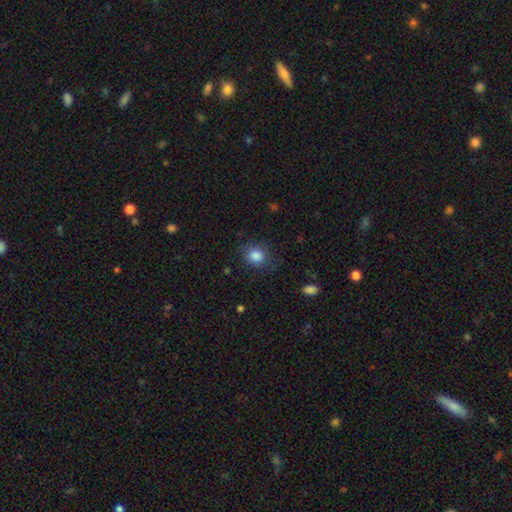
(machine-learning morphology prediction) A smooth galaxy with no disk features (85%) that is round (73%). Merging: none (79%).